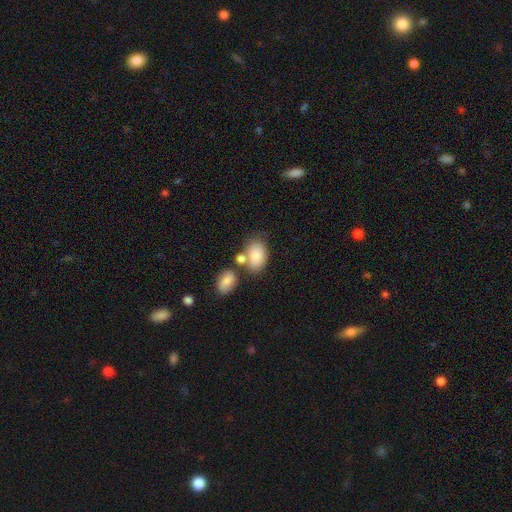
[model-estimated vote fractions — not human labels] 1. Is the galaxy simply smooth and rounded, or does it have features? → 82% smooth, 11% featured or disk, 7% star or artifact.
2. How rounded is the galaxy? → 87% in between, 11% round, 1% cigar-shaped.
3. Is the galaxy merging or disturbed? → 54% none, 26% merger, 15% minor disturbance, 5% major disturbance.